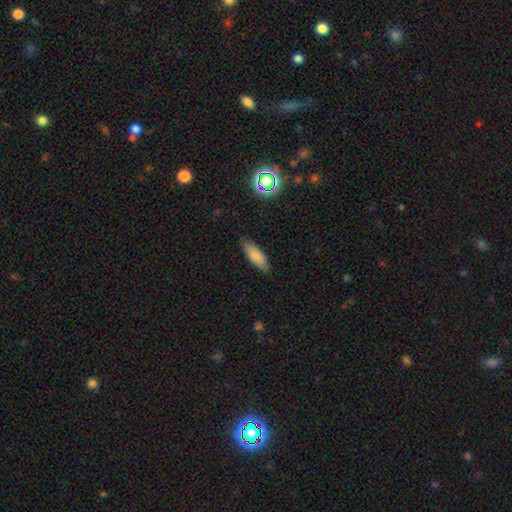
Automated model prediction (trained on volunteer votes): Smooth or featured: smooth — 81% (featured or disk — 11%)
How rounded: in between — 64% (cigar-shaped — 35%)
Merging: none — 84% (minor disturbance — 13%)